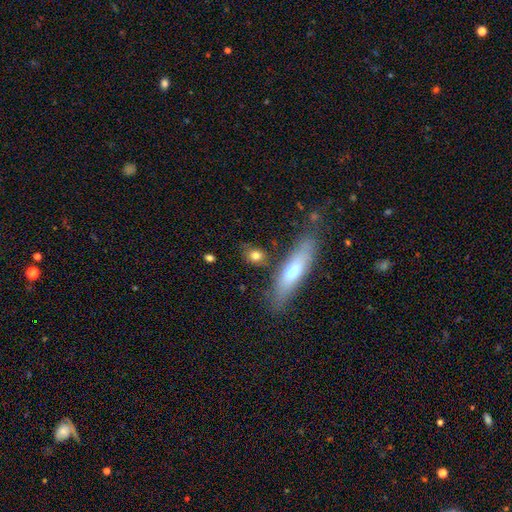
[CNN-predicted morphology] Q: Smooth or featured?
A: smooth (72%); runner-up: featured or disk (18%)
Q: How rounded?
A: in between (45%); runner-up: round (37%)
Q: Merging?
A: none (73%); runner-up: minor disturbance (13%)